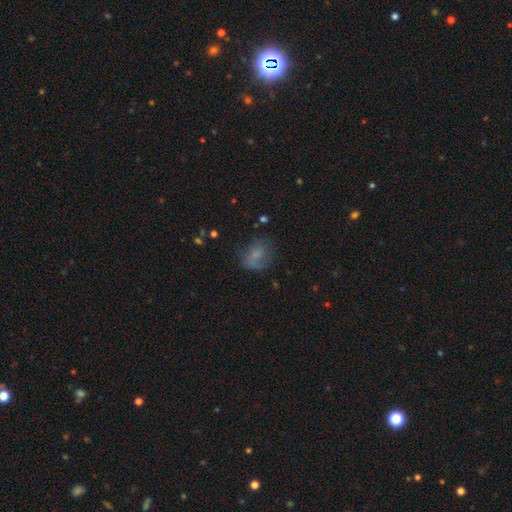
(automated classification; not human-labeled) Smooth or featured?
  - smooth: 60% *
  - featured or disk: 25%
  - star or artifact: 15%
How rounded?
  - in between: 50% *
  - round: 48%
  - cigar-shaped: 2%
Merging?
  - none: 49% *
  - minor disturbance: 25%
  - major disturbance: 22%
  - merger: 4%